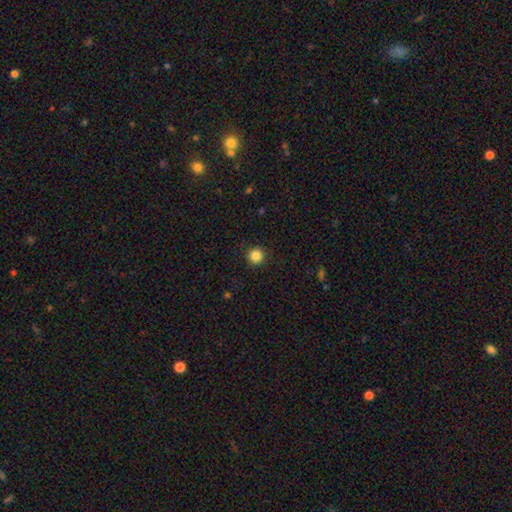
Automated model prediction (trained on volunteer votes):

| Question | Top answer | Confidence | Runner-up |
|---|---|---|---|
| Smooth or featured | smooth | 86% | star or artifact (11%) |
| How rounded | round | 95% | in between (4%) |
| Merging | none | 92% | minor disturbance (5%) |